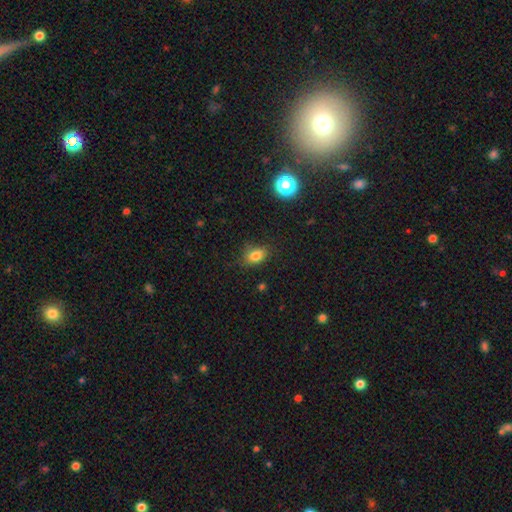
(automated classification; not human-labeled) smooth 81%, star or artifact 12%, featured or disk 7%. Down the decision tree: how rounded — in between (77%); merging — none (79%).